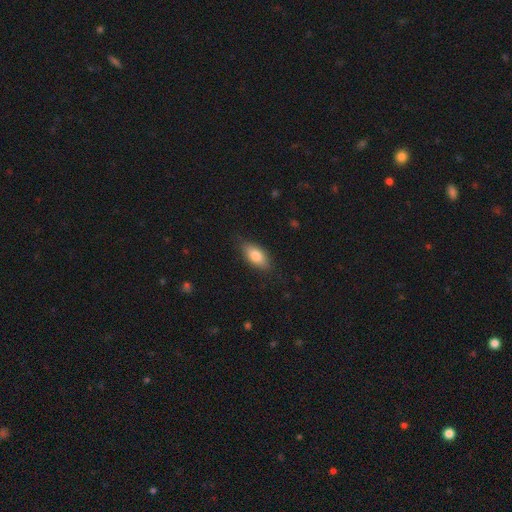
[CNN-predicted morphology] Q: Smooth or featured?
A: smooth (78%); runner-up: featured or disk (15%)
Q: How rounded?
A: in between (85%); runner-up: cigar-shaped (11%)
Q: Merging?
A: none (77%); runner-up: minor disturbance (18%)